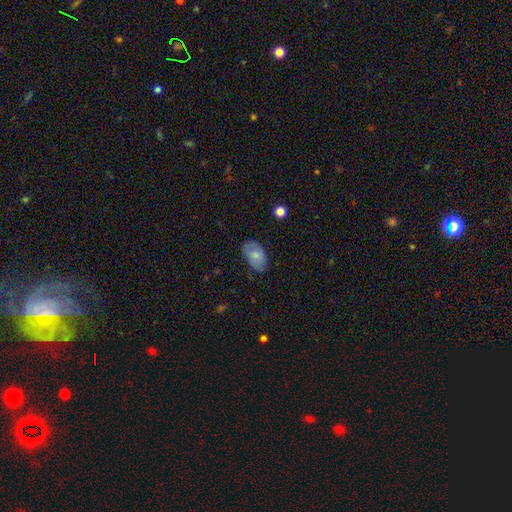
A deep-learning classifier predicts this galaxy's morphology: Smooth or featured? Predicted: smooth (p=0.74). How rounded? Predicted: in between (p=0.93). Merging? Predicted: none (p=0.72).